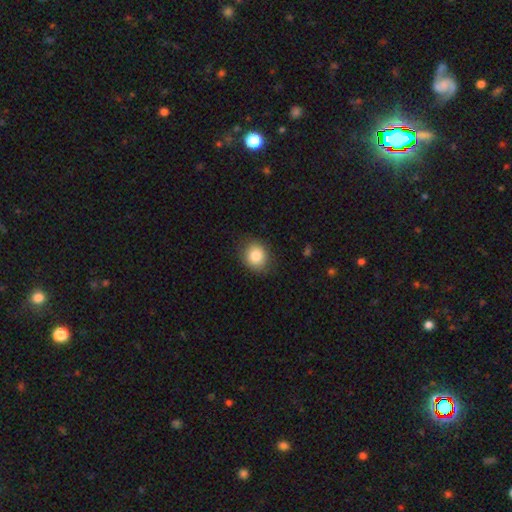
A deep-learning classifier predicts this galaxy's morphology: The model was most divided on "how rounded": round: 69%, in between: 30%, cigar-shaped: 1%. More confident: merging — none (83%); smooth or featured — smooth (83%).